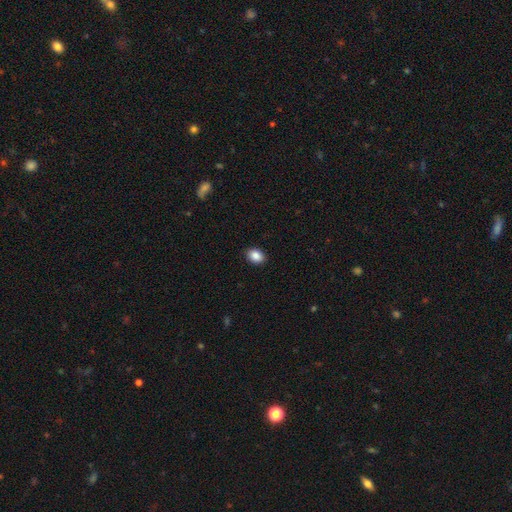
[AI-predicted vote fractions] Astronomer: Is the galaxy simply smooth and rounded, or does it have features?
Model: smooth — 88%.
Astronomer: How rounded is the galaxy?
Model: in between — 72%.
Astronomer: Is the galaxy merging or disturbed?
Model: none — 90%.